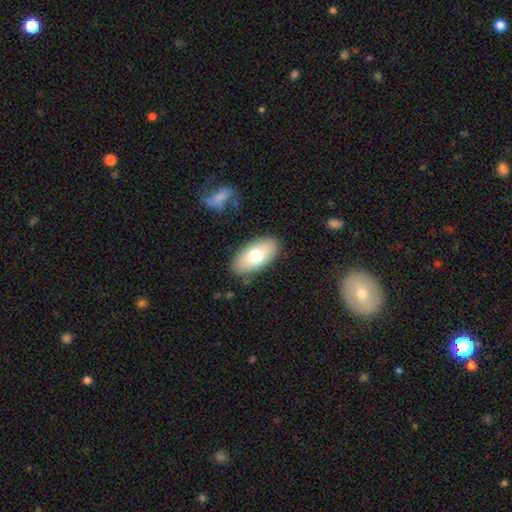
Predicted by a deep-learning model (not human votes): Smooth or featured: smooth — 70% (featured or disk — 23%)
How rounded: in between — 93% (cigar-shaped — 4%)
Merging: none — 85% (minor disturbance — 11%)